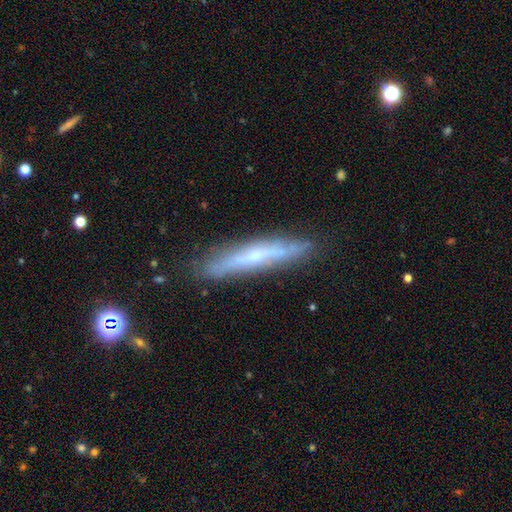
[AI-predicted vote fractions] Q: Smooth or featured?
A: featured or disk (59%); runner-up: smooth (34%)
Q: Edge-on disk?
A: yes (83%); runner-up: no (17%)
Q: Merging?
A: none (79%); runner-up: minor disturbance (16%)